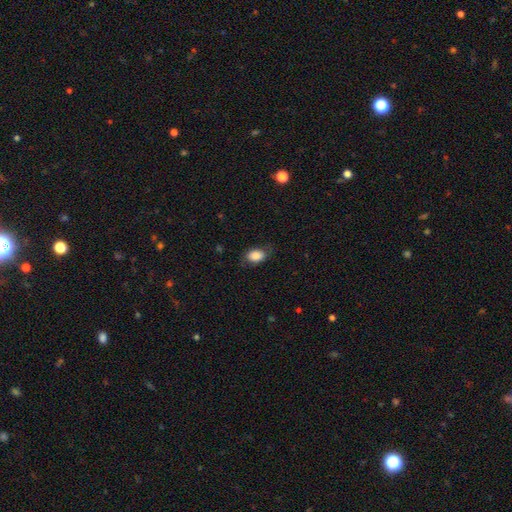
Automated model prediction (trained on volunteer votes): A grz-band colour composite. It shows a smooth galaxy with no disk features (85%) that is in between round and cigar-shaped (83%). Merging: none (73%).